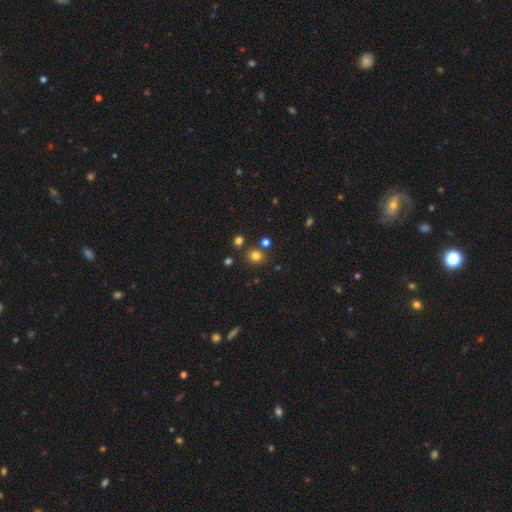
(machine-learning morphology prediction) This is likely a smooth galaxy (76%). How rounded: likely round (74%). Merging: likely none (80%).